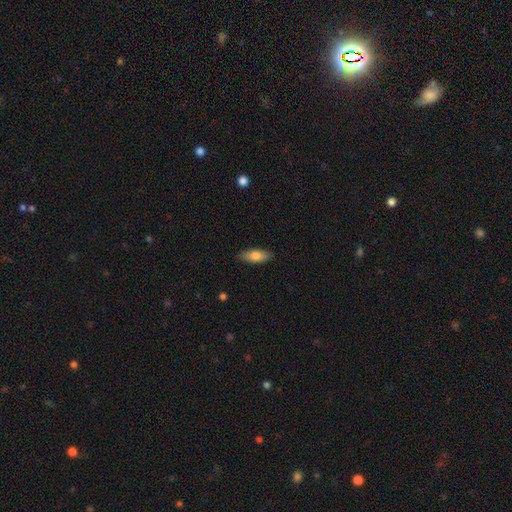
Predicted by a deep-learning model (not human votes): This appears to be a smooth galaxy with no disk features (76%) that is in between round and cigar-shaped (69%). Merging: none (88%).